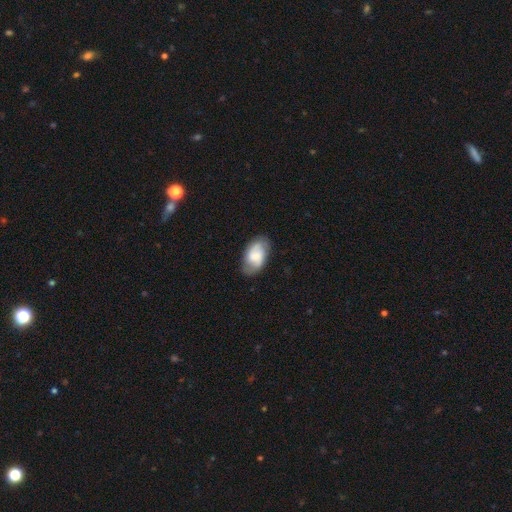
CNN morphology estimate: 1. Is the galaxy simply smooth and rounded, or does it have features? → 54% featured or disk, 39% smooth, 7% star or artifact.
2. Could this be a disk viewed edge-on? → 96% no, 4% yes.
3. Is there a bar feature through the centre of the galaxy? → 46% weak, 40% no, 14% strong.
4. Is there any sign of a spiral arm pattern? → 87% yes, 13% no.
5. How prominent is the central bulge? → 29% moderate, 27% small, 22% none, 18% large, 3% dominant.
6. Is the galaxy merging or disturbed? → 76% none, 17% minor disturbance, 5% major disturbance, 1% merger.